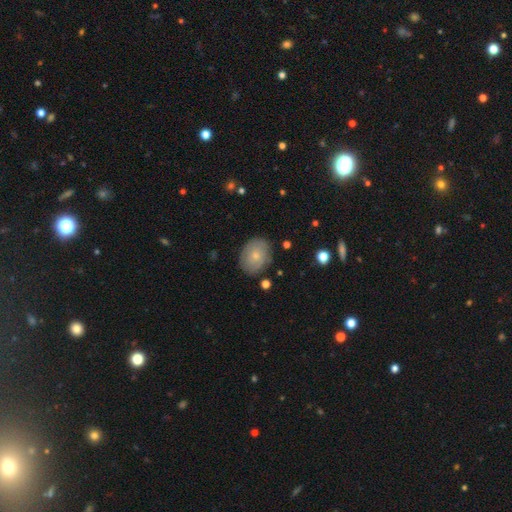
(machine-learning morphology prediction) A smooth galaxy with no disk features (62%) that is in between round and cigar-shaped (53%). Merging: none (81%).